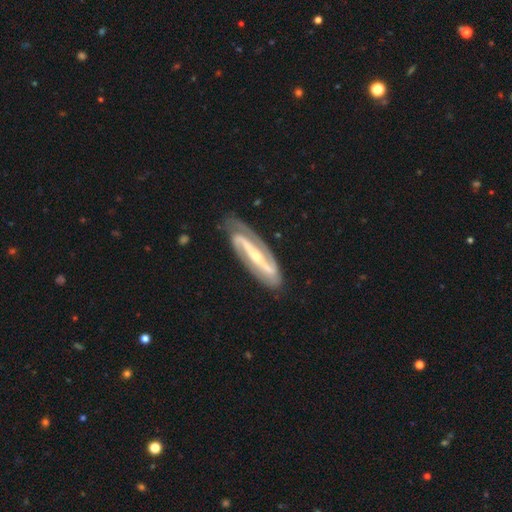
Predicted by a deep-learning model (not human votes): smooth_or_featured: featured or disk (p=0.91) [alt: smooth p=0.05]
disk_edge_on: no (p=0.90) [alt: yes p=0.10]
bar: strong (p=0.75) [alt: weak p=0.14]
has_spiral_arms: yes (p=0.97) [alt: no p=0.03]
spiral_winding: medium (p=0.45) [alt: tight p=0.33]
spiral_arm_count: 2 (p=0.92) [alt: can't tell p=0.03]
bulge_size: small (p=0.61) [alt: moderate p=0.35]
merging: none (p=0.79) [alt: minor disturbance p=0.14]